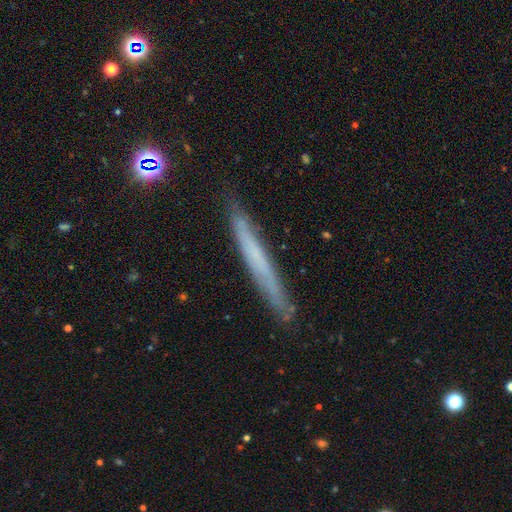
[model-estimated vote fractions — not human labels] Smooth or featured? featured or disk (47%)
Merging? none (84%)